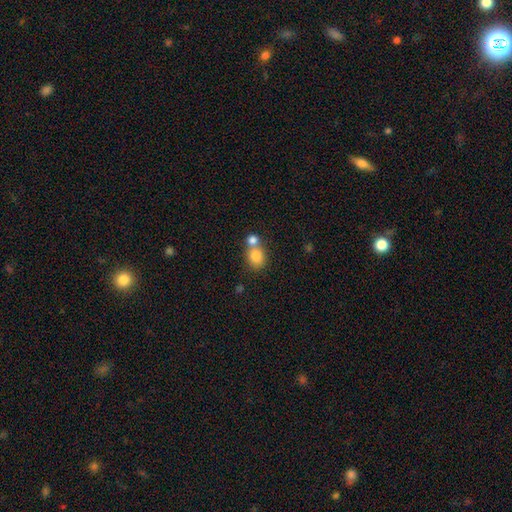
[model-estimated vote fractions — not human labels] smooth_or_featured: smooth (p=0.81) [alt: star or artifact p=0.10]
how_rounded: round (p=0.68) [alt: in between p=0.31]
merging: merger (p=0.48) [alt: none p=0.41]